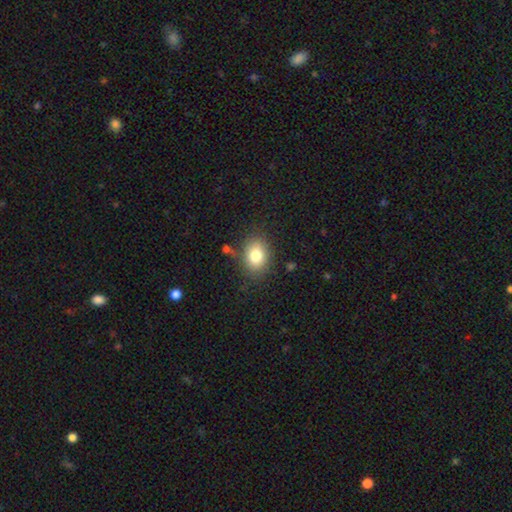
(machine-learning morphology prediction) Smooth or featured: smooth — 79% (featured or disk — 11%)
How rounded: in between — 65% (round — 34%)
Merging: none — 78% (minor disturbance — 14%)